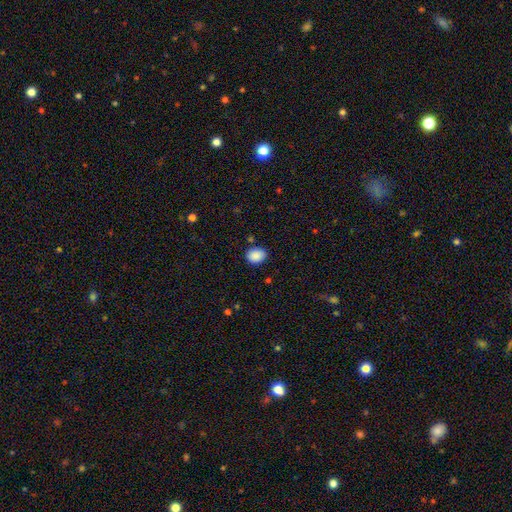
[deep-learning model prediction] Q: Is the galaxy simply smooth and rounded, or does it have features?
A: smooth — 89%.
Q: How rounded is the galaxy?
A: in between — 58%.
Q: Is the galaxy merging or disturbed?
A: none — 83%.